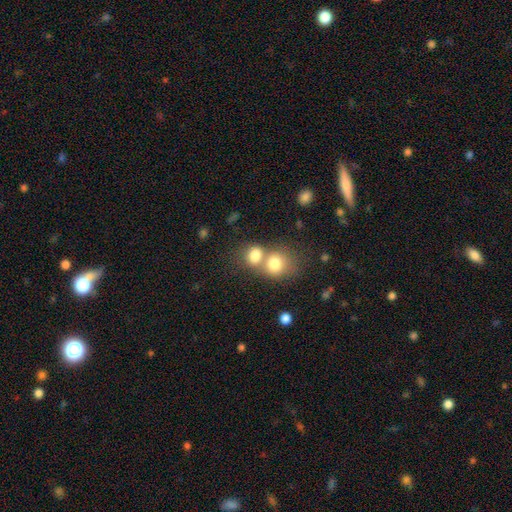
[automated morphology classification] smooth-or-featured: smooth: 77% | featured or disk: 12% | star or artifact: 10%
  how-rounded: round: 63% | in between: 36% | cigar-shaped: 1%
  merging: merger: 60% | none: 29% | minor disturbance: 7% | major disturbance: 4%